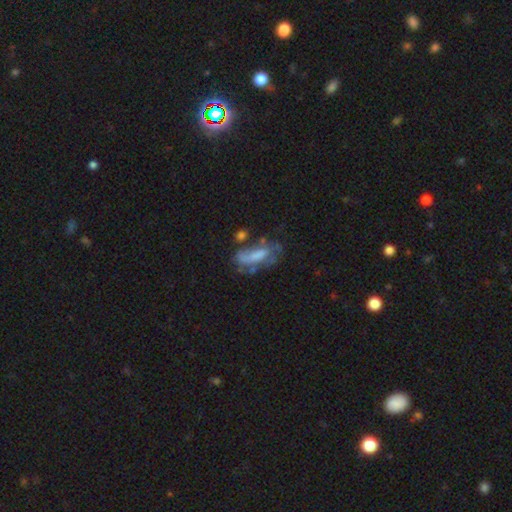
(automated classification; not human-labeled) featured or disk 46%, smooth 44%, star or artifact 10%. Down the decision tree: merging — none (35%).